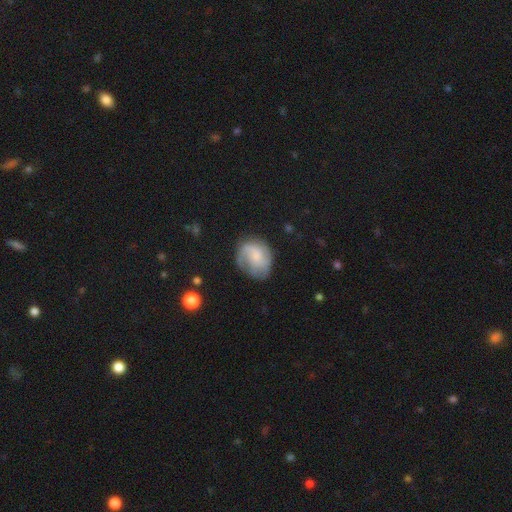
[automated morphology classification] smooth-or-featured: featured or disk: 53% | smooth: 40% | star or artifact: 7%
  disk-edge-on: no: 98% | yes: 2%
    bar: no: 63% | weak: 32% | strong: 5%
    has-spiral-arms: yes: 83% | no: 17%
    bulge-size: small: 33% | moderate: 28% | none: 27% | large: 10% | dominant: 2%
  merging: none: 59% | minor disturbance: 24% | major disturbance: 14% | merger: 2%